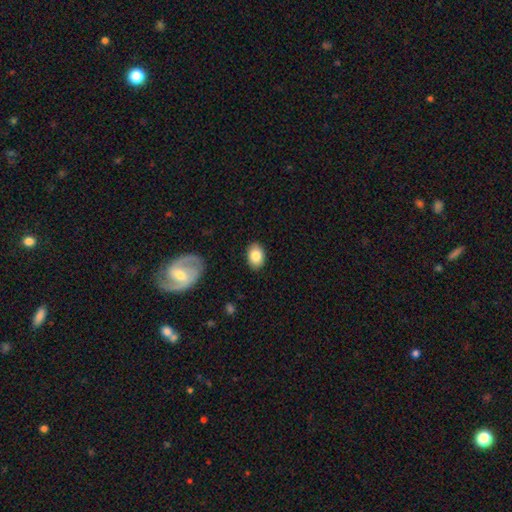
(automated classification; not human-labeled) This is clearly a smooth galaxy (83%). How rounded: likely in between (79%). Merging: clearly none (88%).